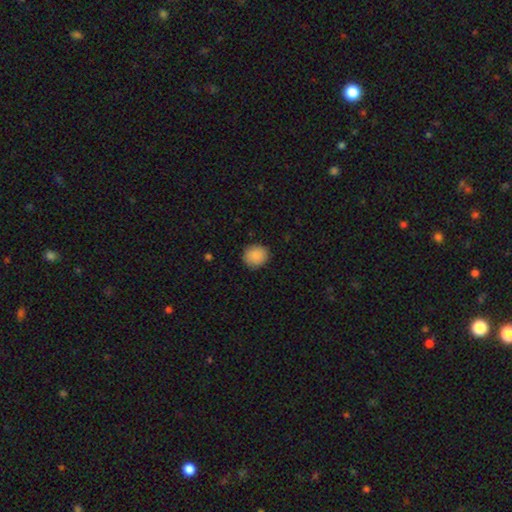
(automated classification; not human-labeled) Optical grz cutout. It shows a smooth galaxy with no disk features (88%) that is round (83%). Merging: none (89%).